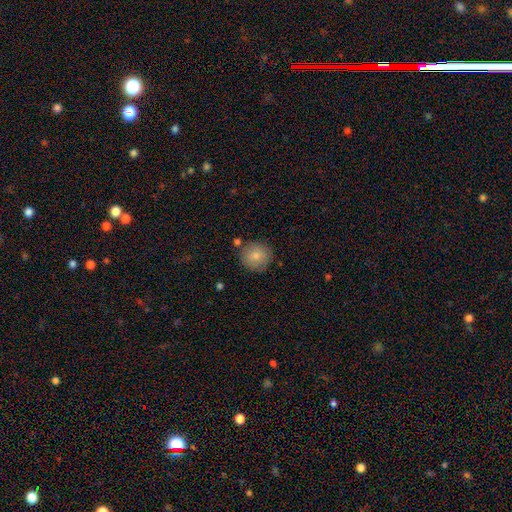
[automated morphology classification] A smooth galaxy with no disk features (81%) that is round (91%). Merging: none (80%).